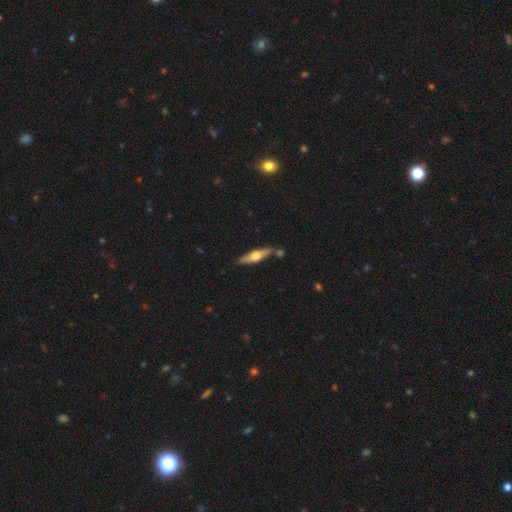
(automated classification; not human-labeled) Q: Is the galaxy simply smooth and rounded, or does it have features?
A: featured or disk — 59%.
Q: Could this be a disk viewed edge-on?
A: yes — 94%.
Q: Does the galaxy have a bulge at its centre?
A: rounded — 92%.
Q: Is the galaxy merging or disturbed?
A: none — 76%.